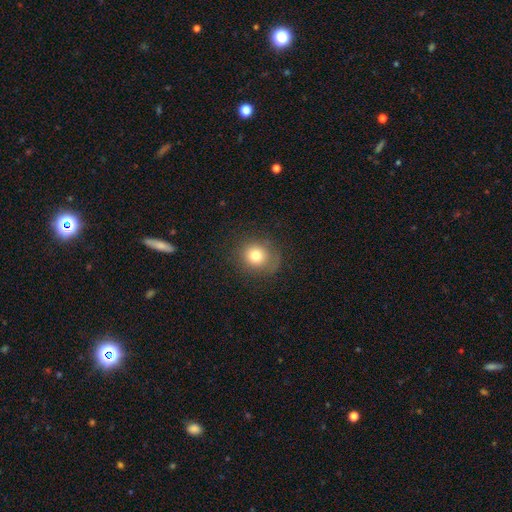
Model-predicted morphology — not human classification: The model was most divided on "smooth or featured": smooth: 76%, star or artifact: 13%, featured or disk: 11%. More confident: how rounded — round (83%); merging — none (79%).